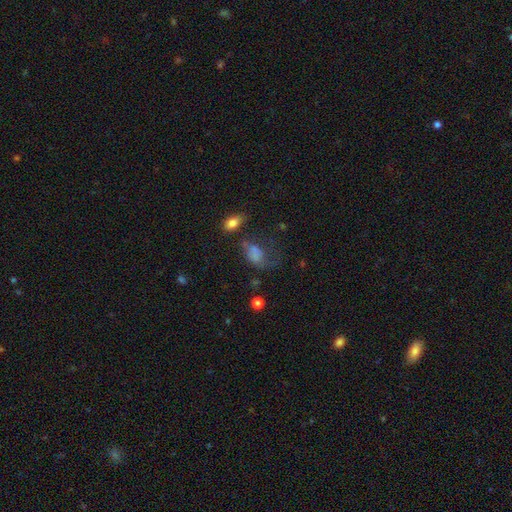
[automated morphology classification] A smooth galaxy with no disk features (55%) that is in between round and cigar-shaped (75%).

Vote fractions:
- Smooth or featured? smooth: 55% / featured or disk: 25% / star or artifact: 20%
- How rounded? in between: 75% / round: 22% / cigar-shaped: 3%
- Merging? major disturbance: 41% / none: 28% / minor disturbance: 22% / merger: 9%